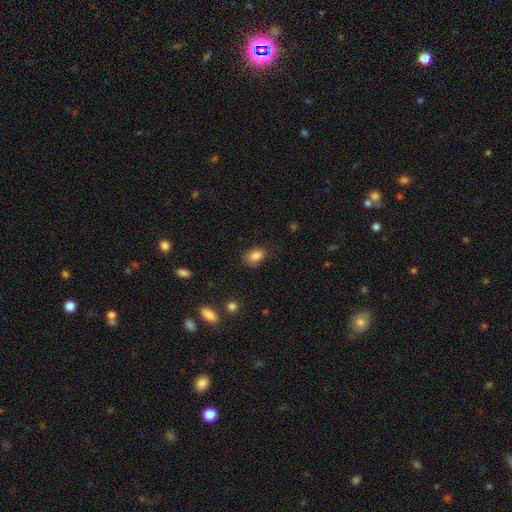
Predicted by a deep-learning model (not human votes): smooth_or_featured: smooth (p=0.84) [alt: star or artifact p=0.09]
how_rounded: in between (p=0.79) [alt: round p=0.20]
merging: none (p=0.63) [alt: minor disturbance p=0.28]